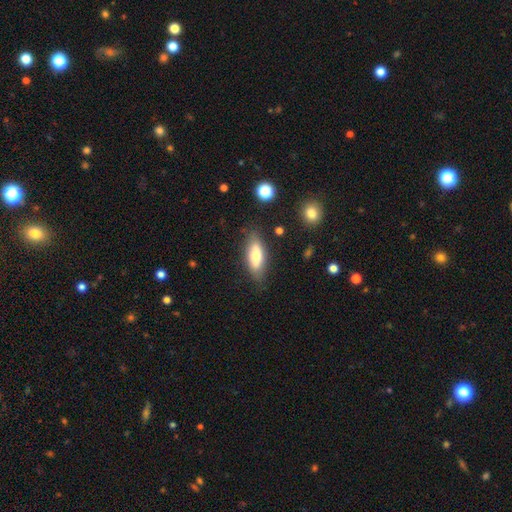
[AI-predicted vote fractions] Morphology: type=smooth (72%); roundness=in between (70%); merging=none (80%).